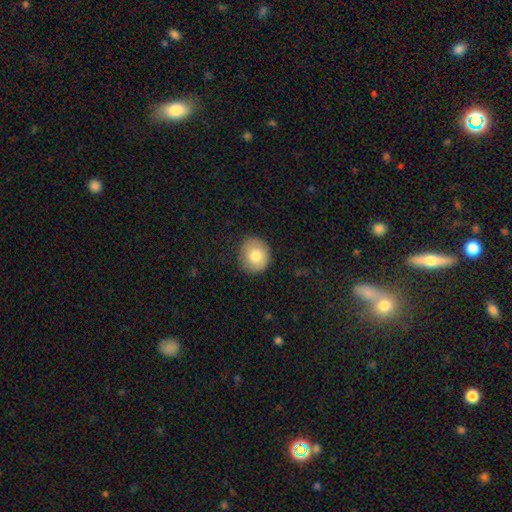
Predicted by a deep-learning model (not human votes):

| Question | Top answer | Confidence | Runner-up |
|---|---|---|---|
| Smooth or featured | smooth | 79% | featured or disk (13%) |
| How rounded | round | 80% | in between (19%) |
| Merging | none | 85% | minor disturbance (11%) |